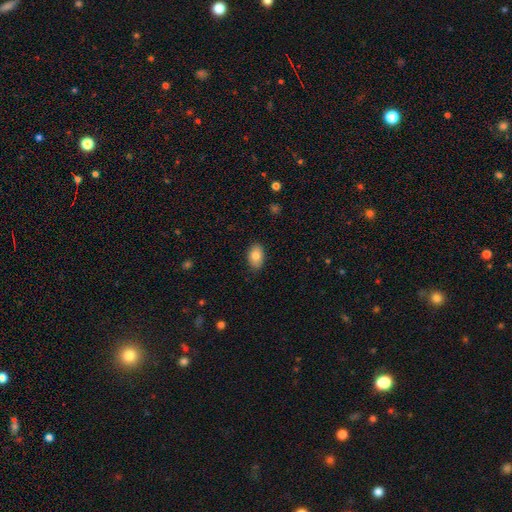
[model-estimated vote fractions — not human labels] Q: Smooth or featured?
A: smooth (83%); runner-up: featured or disk (10%)
Q: How rounded?
A: in between (90%); runner-up: round (9%)
Q: Merging?
A: none (87%); runner-up: minor disturbance (10%)